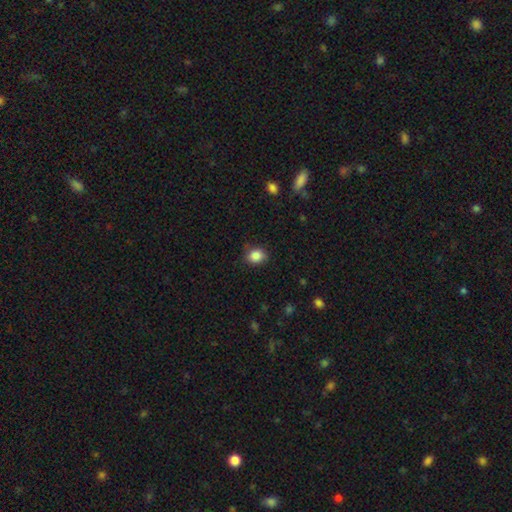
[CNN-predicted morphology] Overall: smooth (86%). How rounded: round (61%; in between 38%). Merging: none (82%).